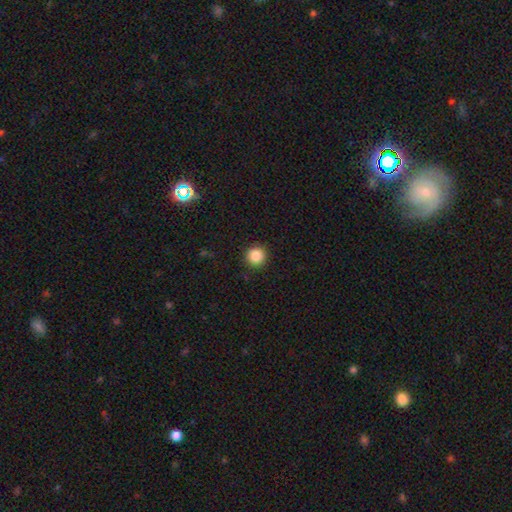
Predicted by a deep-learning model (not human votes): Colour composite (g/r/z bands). It shows a smooth galaxy with no disk features (86%) that is round (95%). Merging: none (92%).